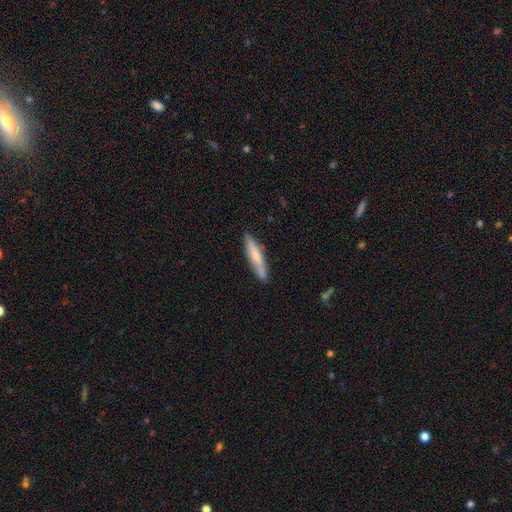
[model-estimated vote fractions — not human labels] Smooth or featured? smooth (64%)
How rounded? cigar-shaped (89%)
Merging? none (85%)